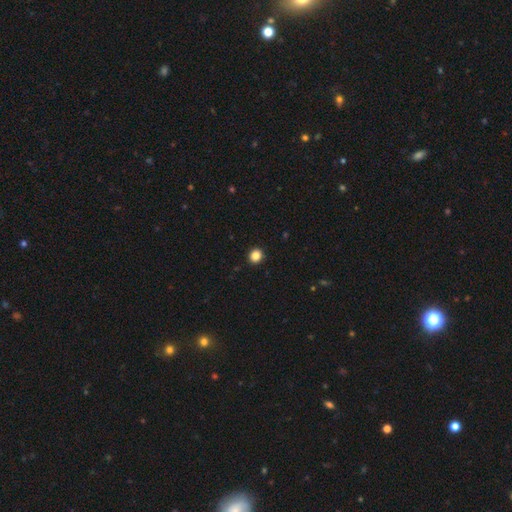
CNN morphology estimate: smooth-or-featured: smooth: 85% | star or artifact: 11% | featured or disk: 4%
  how-rounded: round: 82% | in between: 17% | cigar-shaped: 1%
  merging: none: 93% | minor disturbance: 5% | major disturbance: 2% | merger: 1%